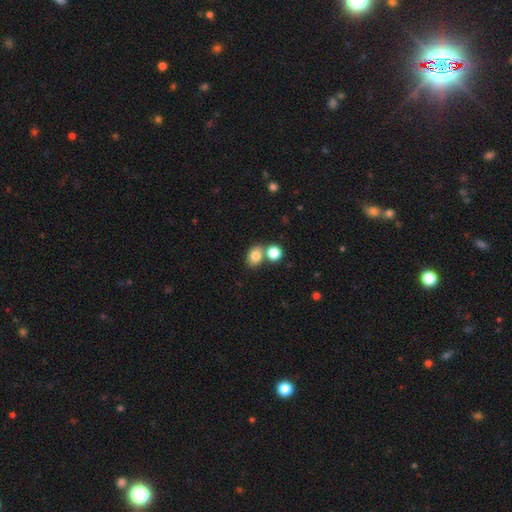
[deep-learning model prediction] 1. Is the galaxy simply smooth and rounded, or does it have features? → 81% smooth, 10% star or artifact, 9% featured or disk.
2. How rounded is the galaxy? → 53% in between, 46% round, 1% cigar-shaped.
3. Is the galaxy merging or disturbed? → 51% none, 37% merger, 9% minor disturbance, 3% major disturbance.